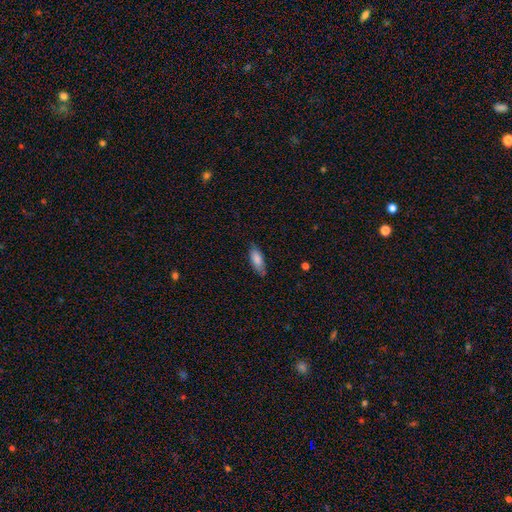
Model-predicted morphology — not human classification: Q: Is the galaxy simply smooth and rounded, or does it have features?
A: smooth — 79%.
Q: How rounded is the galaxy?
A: in between — 67%.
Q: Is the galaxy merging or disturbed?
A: none — 80%.